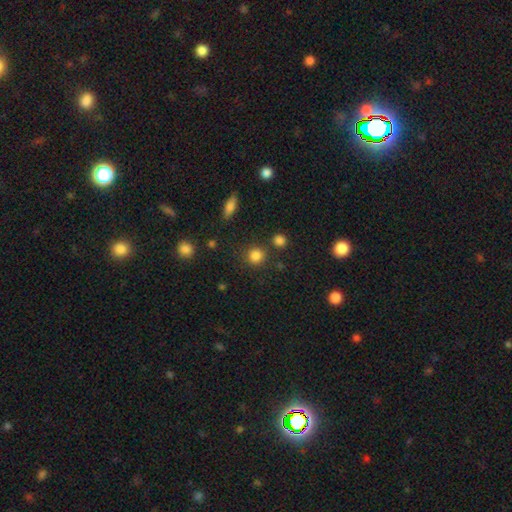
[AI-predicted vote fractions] A smooth galaxy with no disk features (82%) that is round (88%). Merging: none (80%).